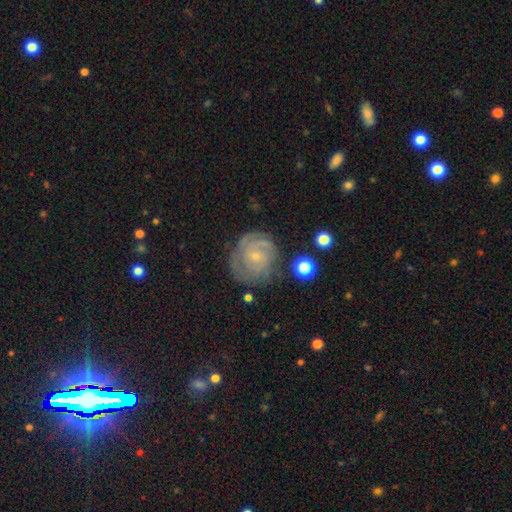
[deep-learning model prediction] smooth-or-featured: featured or disk: 72% | smooth: 20% | star or artifact: 8%
  disk-edge-on: no: 98% | yes: 2%
    bar: no: 71% | weak: 25% | strong: 4%
    has-spiral-arms: yes: 90% | no: 10%
      spiral-winding: tight: 64% | medium: 28% | loose: 8%
      spiral-arm-count: can't tell: 39% | 2: 24% | 3: 19% | 4: 8% | 1: 6% | more than 4: 5%
    bulge-size: small: 81% | moderate: 13% | none: 4% | large: 1% | dominant: 1%
  merging: none: 71% | minor disturbance: 19% | major disturbance: 8% | merger: 2%